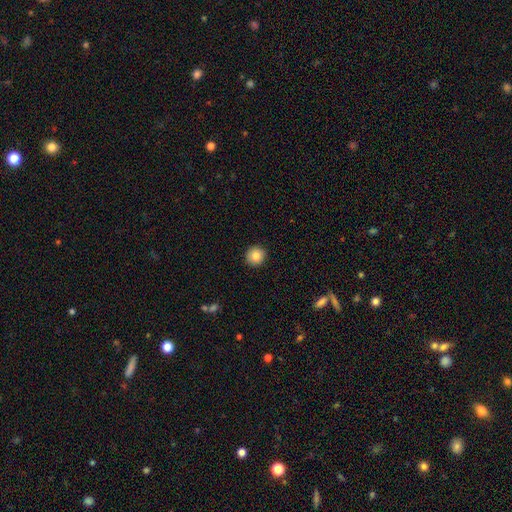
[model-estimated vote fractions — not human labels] A smooth galaxy with no disk features (83%) that is round (93%).

Vote fractions:
- Smooth or featured? smooth: 83% / star or artifact: 9% / featured or disk: 8%
- How rounded? round: 93% / in between: 6% / cigar-shaped: 1%
- Merging? none: 92% / minor disturbance: 5% / major disturbance: 2% / merger: 1%